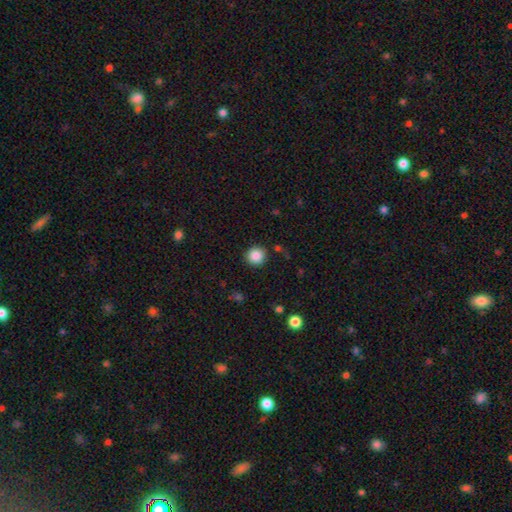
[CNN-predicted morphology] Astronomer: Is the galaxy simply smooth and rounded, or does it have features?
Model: smooth — 86%.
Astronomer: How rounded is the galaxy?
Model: round — 93%.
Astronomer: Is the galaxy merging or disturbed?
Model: none — 89%.